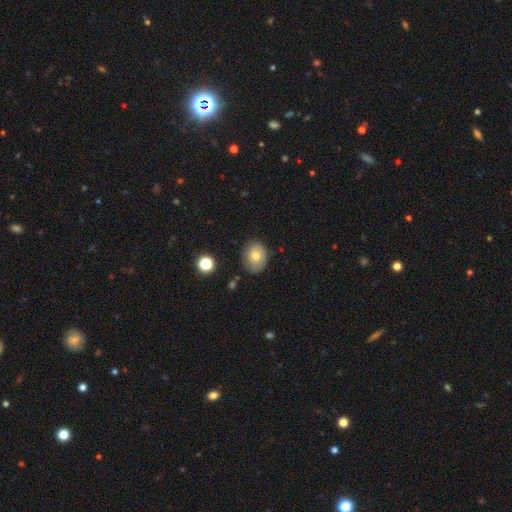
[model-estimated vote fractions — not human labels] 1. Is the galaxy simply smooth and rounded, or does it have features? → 71% smooth, 19% featured or disk, 10% star or artifact.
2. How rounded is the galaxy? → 54% round, 45% in between, 1% cigar-shaped.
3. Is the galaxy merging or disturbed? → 74% none, 19% minor disturbance, 4% major disturbance, 2% merger.